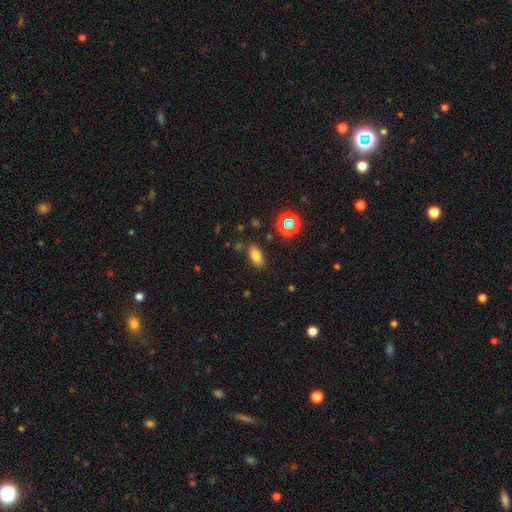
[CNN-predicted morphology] A smooth galaxy with no disk features (74%) that is in between round and cigar-shaped (84%). Merging: none (81%).